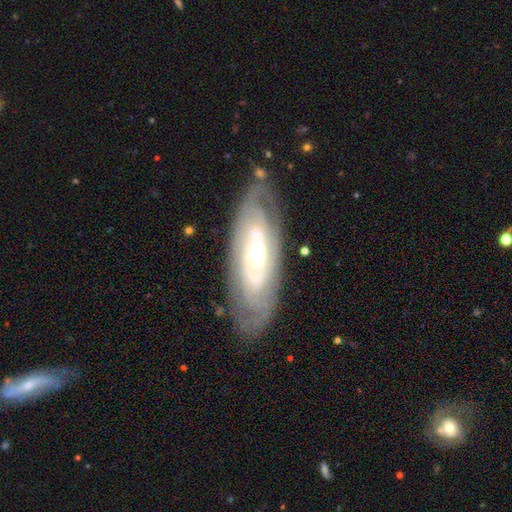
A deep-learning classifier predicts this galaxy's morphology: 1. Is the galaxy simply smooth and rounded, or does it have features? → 81% featured or disk, 14% smooth, 5% star or artifact.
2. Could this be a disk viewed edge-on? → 87% no, 13% yes.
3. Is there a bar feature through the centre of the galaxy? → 67% no, 22% weak, 11% strong.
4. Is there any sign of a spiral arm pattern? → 81% yes, 19% no.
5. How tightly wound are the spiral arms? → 72% tight, 21% medium, 6% loose.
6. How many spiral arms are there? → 51% can't tell, 28% 2, 9% 3, 5% 4, 4% more than 4, 4% 1.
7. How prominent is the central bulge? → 48% small, 47% moderate, 3% large, 1% dominant, 1% none.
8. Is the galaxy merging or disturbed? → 80% none, 14% minor disturbance, 5% major disturbance, 1% merger.